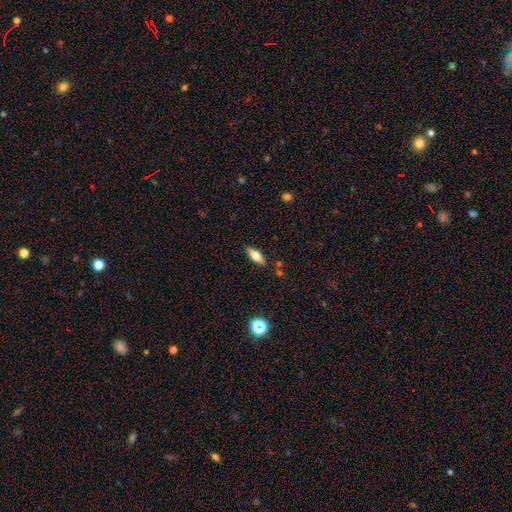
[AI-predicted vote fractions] A smooth galaxy with no disk features (64%) that is in between round and cigar-shaped (63%).

Vote fractions:
- Smooth or featured? smooth: 64% / featured or disk: 28% / star or artifact: 8%
- How rounded? in between: 63% / cigar-shaped: 35% / round: 3%
- Merging? none: 86% / minor disturbance: 10% / merger: 2% / major disturbance: 2%